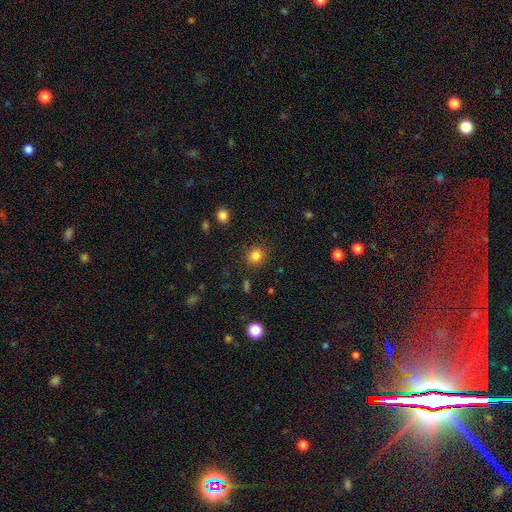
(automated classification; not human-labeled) A smooth galaxy with no disk features (83%) that is round (83%). Merging: none (88%).